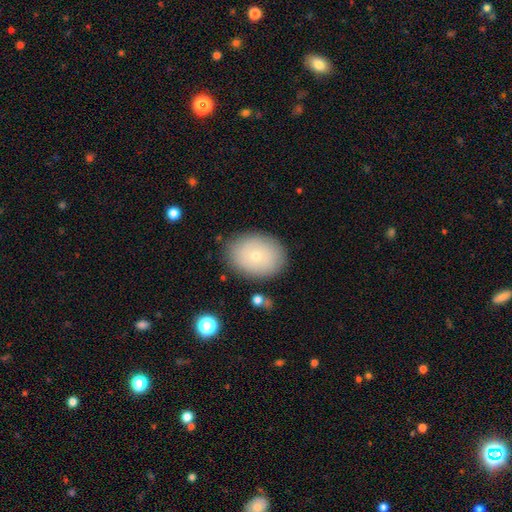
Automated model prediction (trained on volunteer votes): This appears to be a smooth galaxy with no disk features (69%) that is in between round and cigar-shaped (68%). Merging: none (85%).